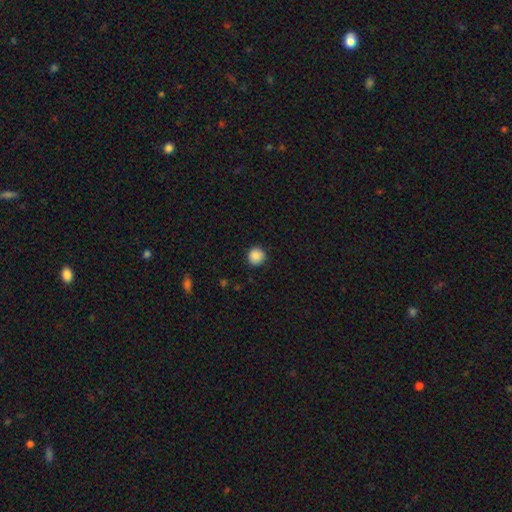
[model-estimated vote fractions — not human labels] Morphology: type=smooth (88%); roundness=round (93%); merging=none (89%).